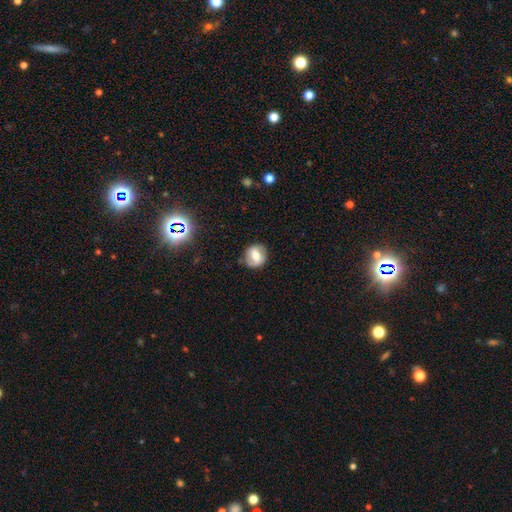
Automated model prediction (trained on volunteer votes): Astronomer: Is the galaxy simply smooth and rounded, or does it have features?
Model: smooth — 47% (runner-up: featured or disk, 43%).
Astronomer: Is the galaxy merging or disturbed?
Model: none — 78%.